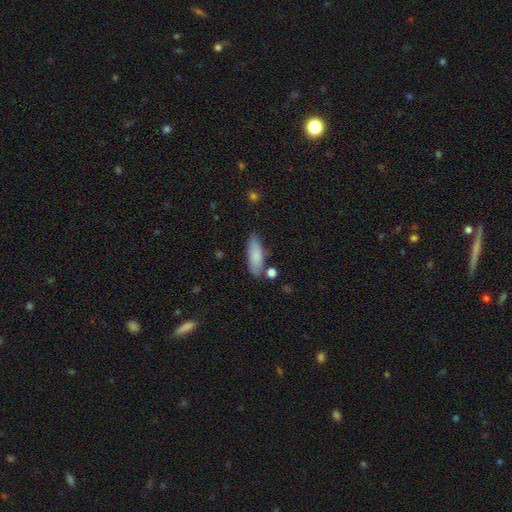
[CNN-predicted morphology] This is clearly a smooth galaxy (84%). How rounded: likely in between (63%). Merging: likely none (74%).